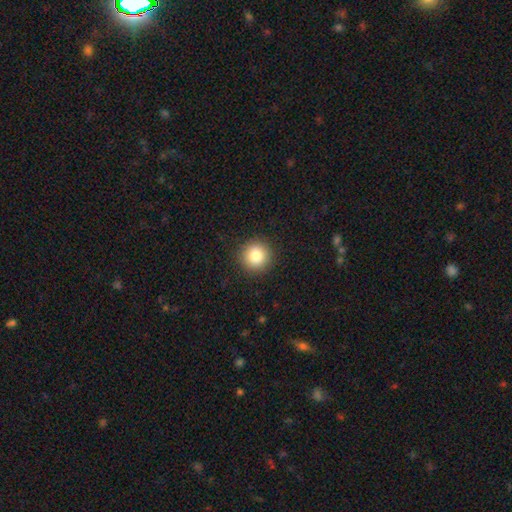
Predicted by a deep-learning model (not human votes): Smooth or featured: smooth — 85% (star or artifact — 9%)
How rounded: round — 94% (in between — 5%)
Merging: none — 91% (minor disturbance — 6%)